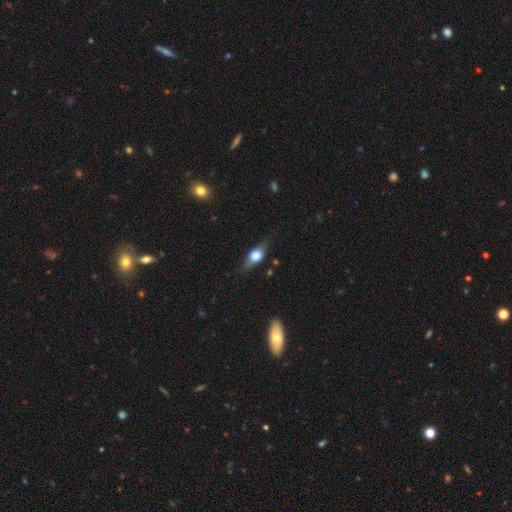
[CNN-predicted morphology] A featured or disk galaxy (46%, tied with smooth).

Vote fractions:
- Smooth or featured? featured or disk: 46% (tied) / smooth: 46% (tied) / star or artifact: 8%
- Merging? none: 76% / minor disturbance: 17% / major disturbance: 5% / merger: 1%